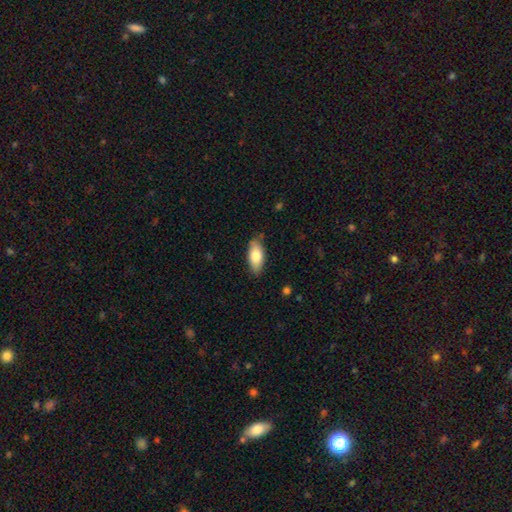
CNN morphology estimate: Q: Smooth or featured?
A: smooth (77%); runner-up: featured or disk (17%)
Q: How rounded?
A: in between (88%); runner-up: cigar-shaped (9%)
Q: Merging?
A: none (83%); runner-up: minor disturbance (13%)